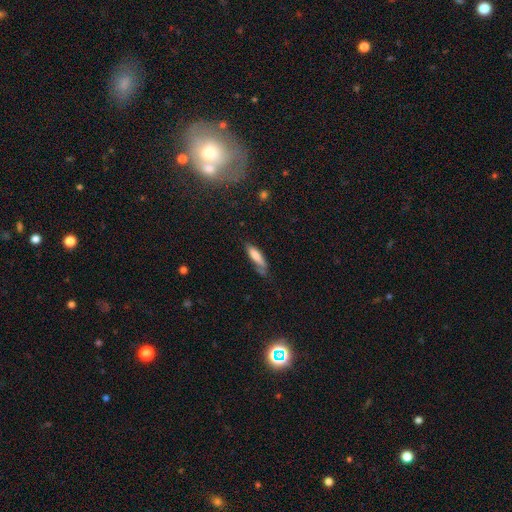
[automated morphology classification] Overall: smooth (76%). How rounded: cigar-shaped (67%; in between 32%). Merging: none (56%; minor disturbance 30%).